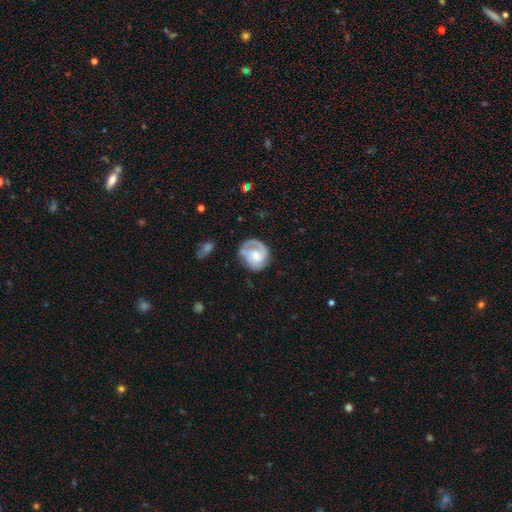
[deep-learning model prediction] Smooth or featured?
  - featured or disk: 68% *
  - smooth: 26%
  - star or artifact: 6%
Edge-on disk?
  - no: 98% *
  - yes: 2%
Bar?
  - no: 62% *
  - weak: 32%
  - strong: 7%
Spiral arms?
  - yes: 87% *
  - no: 13%
Spiral winding?
  - tight: 48% *
  - medium: 37%
  - loose: 16%
Spiral arm count?
  - 2: 38% *
  - 1: 34%
  - can't tell: 16%
  - 3: 8%
  - 4: 2%
  - more than 4: 2%
Bulge size?
  - moderate: 40% *
  - small: 25%
  - large: 19%
  - none: 14%
  - dominant: 2%
Merging?
  - none: 57% *
  - minor disturbance: 24%
  - major disturbance: 16%
  - merger: 3%